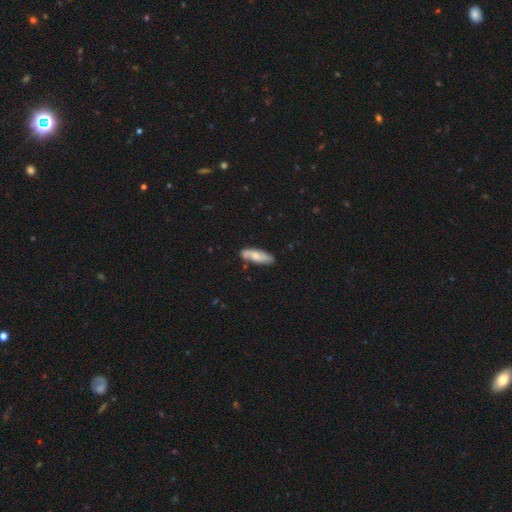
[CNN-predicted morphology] Smooth or featured? smooth (55%)
How rounded? in between (62%)
Merging? none (75%)